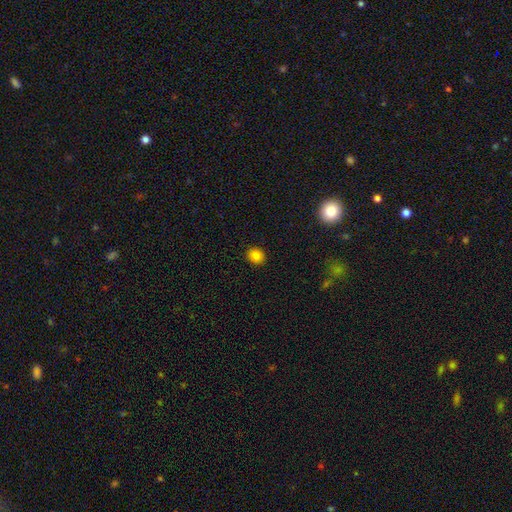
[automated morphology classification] Overall: smooth (82%). How rounded: round (77%). Merging: none (91%).